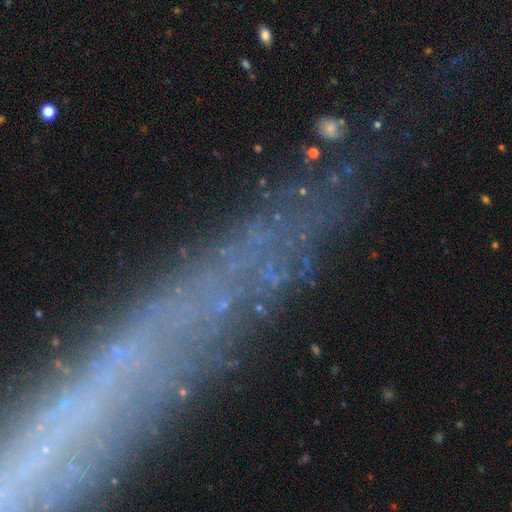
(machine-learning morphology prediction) Smooth or featured: star or artifact — 41% (featured or disk — 35%)